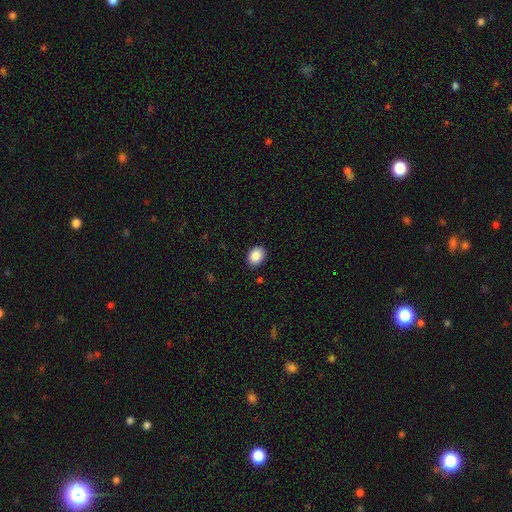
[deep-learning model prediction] Smooth or featured? Predicted: smooth (p=0.89). How rounded? Predicted: in between (p=0.65). Merging? Predicted: none (p=0.89).